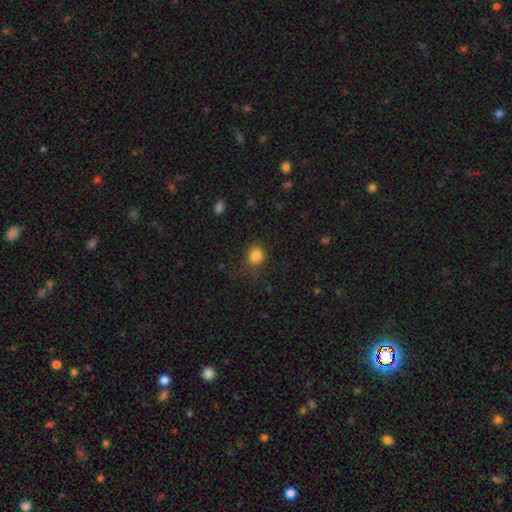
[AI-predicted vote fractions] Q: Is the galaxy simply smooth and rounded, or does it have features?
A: smooth — 83%.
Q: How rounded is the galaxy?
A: round — 79%.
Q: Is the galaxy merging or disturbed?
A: none — 78%.